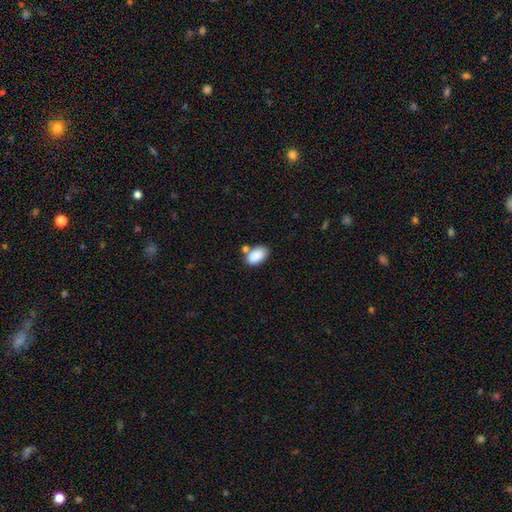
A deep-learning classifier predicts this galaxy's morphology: A smooth galaxy with no disk features (87%) that is in between round and cigar-shaped (92%). Merging: none (60%).